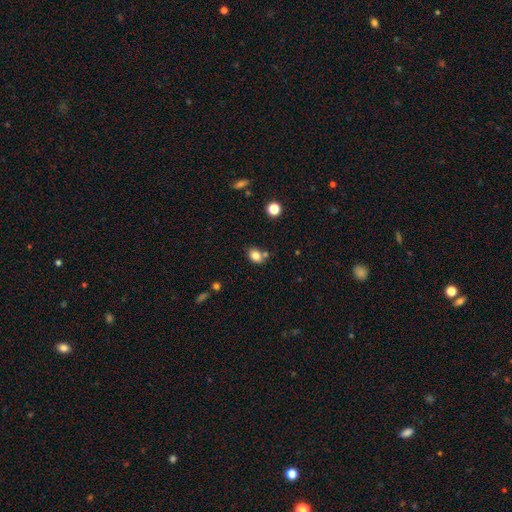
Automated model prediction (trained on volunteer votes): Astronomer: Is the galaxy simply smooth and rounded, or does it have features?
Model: smooth — 82%.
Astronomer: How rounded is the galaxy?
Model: in between — 62%.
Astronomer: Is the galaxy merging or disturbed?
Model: none — 65%.